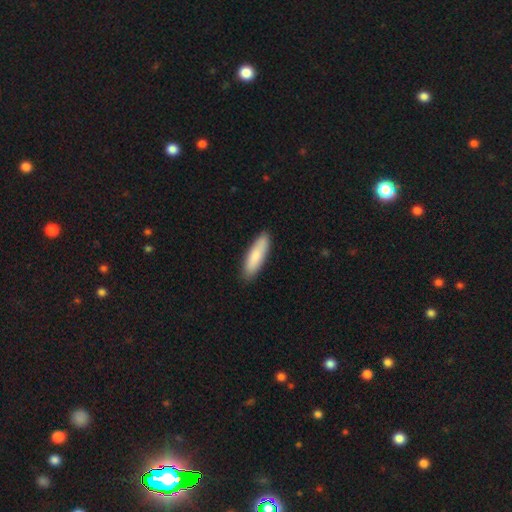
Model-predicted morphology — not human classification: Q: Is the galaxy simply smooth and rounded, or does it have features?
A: smooth — 85%.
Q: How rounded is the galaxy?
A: cigar-shaped — 63%.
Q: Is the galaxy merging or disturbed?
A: none — 87%.